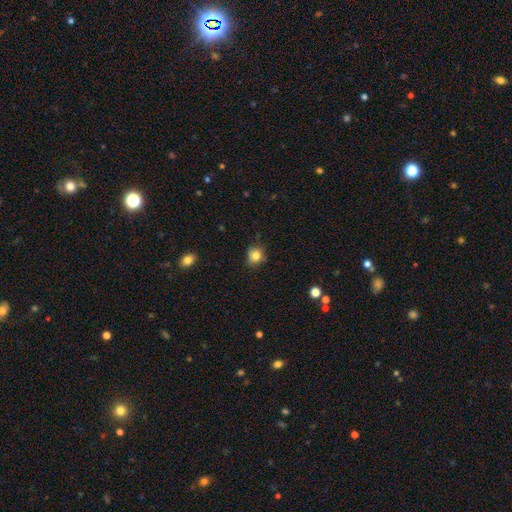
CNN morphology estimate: type=smooth (81%); roundness=round (79%); merging=none (75%).